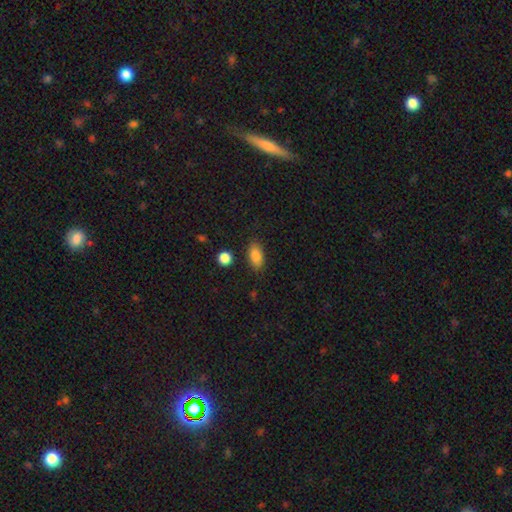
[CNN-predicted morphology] Q: Smooth or featured?
A: smooth (86%); runner-up: star or artifact (8%)
Q: How rounded?
A: in between (88%); runner-up: round (6%)
Q: Merging?
A: none (83%); runner-up: minor disturbance (11%)